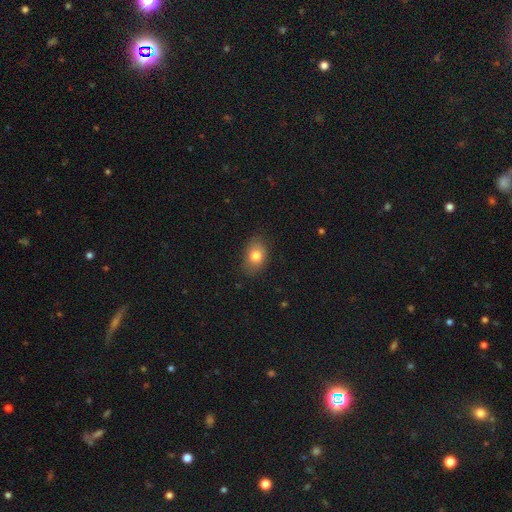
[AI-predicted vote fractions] This is likely a smooth galaxy (80%). How rounded: likely in between (77%). Merging: likely none (79%).